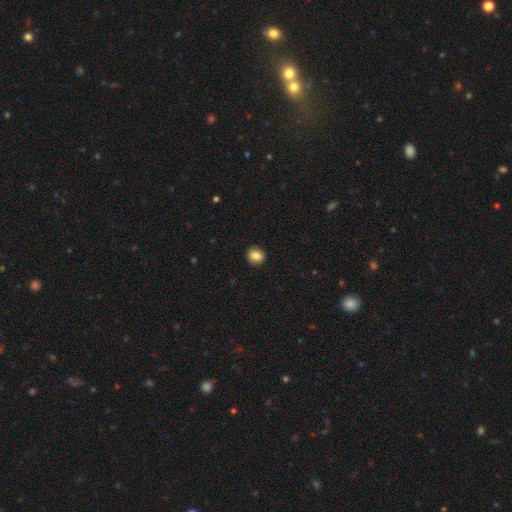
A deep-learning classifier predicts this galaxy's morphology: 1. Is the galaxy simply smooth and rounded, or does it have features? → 86% smooth, 9% star or artifact, 5% featured or disk.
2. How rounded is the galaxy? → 82% round, 17% in between, 1% cigar-shaped.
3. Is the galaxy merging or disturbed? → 92% none, 6% minor disturbance, 2% major disturbance, 1% merger.